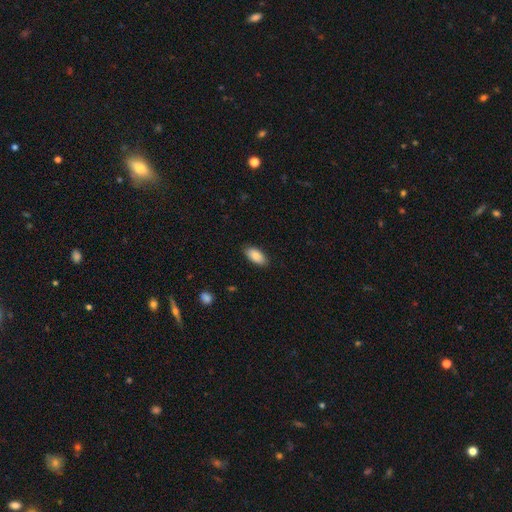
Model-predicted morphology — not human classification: Smooth or featured? Predicted: smooth (p=0.87). How rounded? Predicted: in between (p=0.92). Merging? Predicted: none (p=0.87).